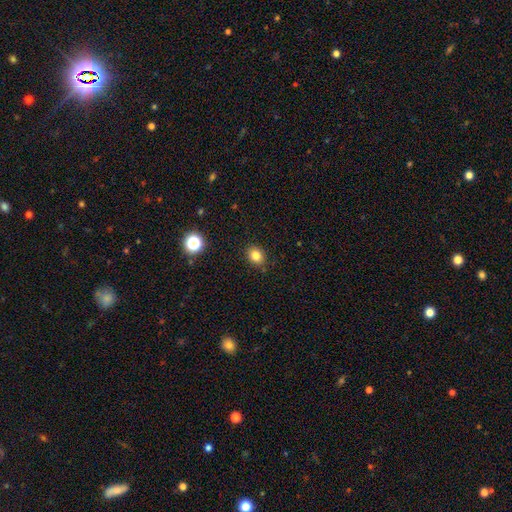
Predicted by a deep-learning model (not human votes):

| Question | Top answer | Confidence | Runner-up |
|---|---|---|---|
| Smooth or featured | smooth | 82% | star or artifact (12%) |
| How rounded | round | 52% | in between (47%) |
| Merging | none | 88% | minor disturbance (9%) |